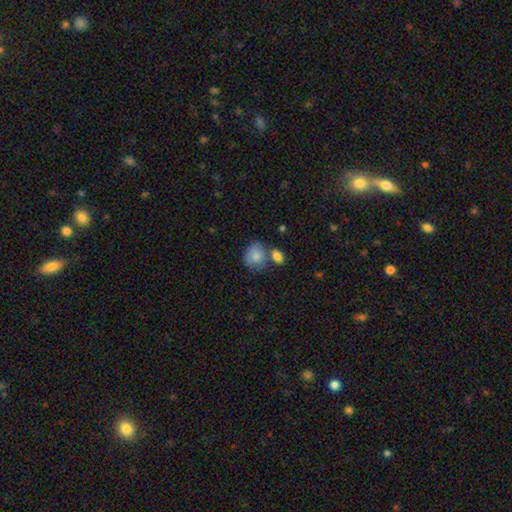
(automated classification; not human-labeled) Overall: smooth (80%). How rounded: round (63%; in between 36%). Merging: none (48%; merger 28%).